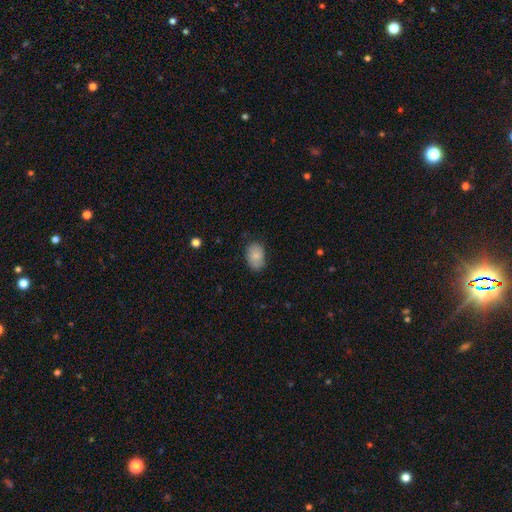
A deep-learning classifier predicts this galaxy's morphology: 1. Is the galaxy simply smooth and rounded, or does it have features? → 81% smooth, 12% featured or disk, 8% star or artifact.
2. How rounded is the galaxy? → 83% in between, 16% round, 1% cigar-shaped.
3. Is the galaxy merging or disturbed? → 78% none, 17% minor disturbance, 3% major disturbance, 1% merger.